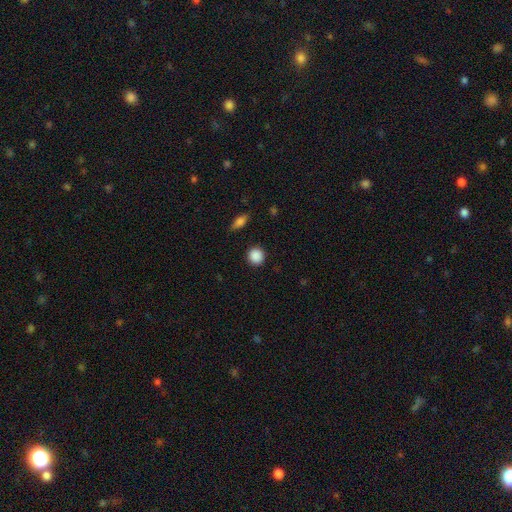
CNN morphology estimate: smooth 88%, star or artifact 9%, featured or disk 3%. Down the decision tree: how rounded — round (91%); merging — none (90%).